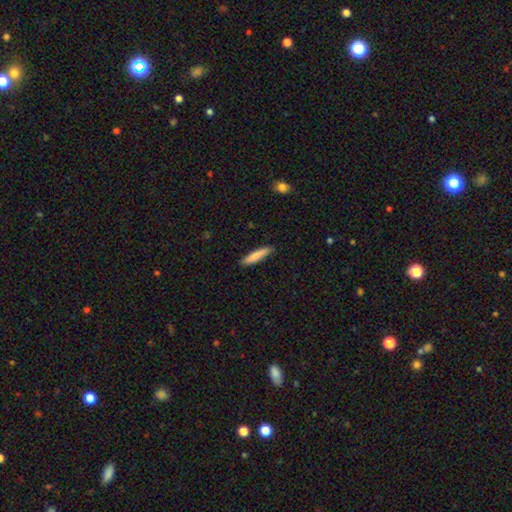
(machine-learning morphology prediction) This is clearly a smooth galaxy (83%). How rounded: clearly cigar-shaped (85%). Merging: clearly none (88%).